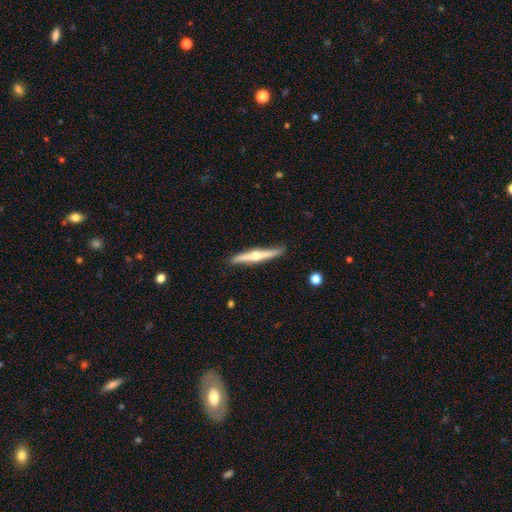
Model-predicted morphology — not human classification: Smooth or featured?
  - featured or disk: 70% *
  - smooth: 25%
  - star or artifact: 5%
Edge-on disk?
  - yes: 97% *
  - no: 3%
Edge-on bulge?
  - rounded: 93% *
  - none: 5%
  - boxy: 3%
Merging?
  - none: 88% *
  - minor disturbance: 9%
  - major disturbance: 2%
  - merger: 1%